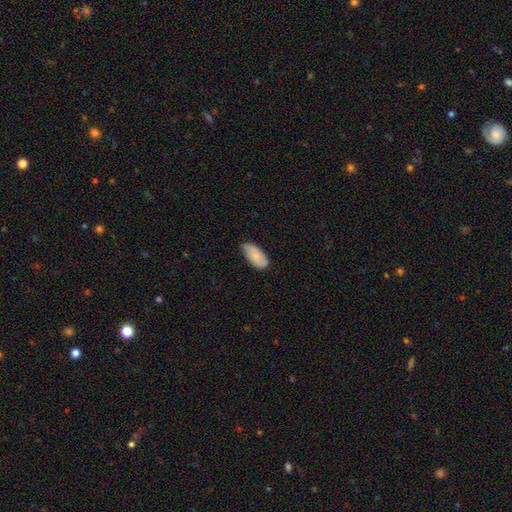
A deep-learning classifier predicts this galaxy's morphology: The model was most divided on "merging": none: 73%, minor disturbance: 23%, major disturbance: 3%, merger: 1%. More confident: how rounded — in between (92%); smooth or featured — smooth (77%).